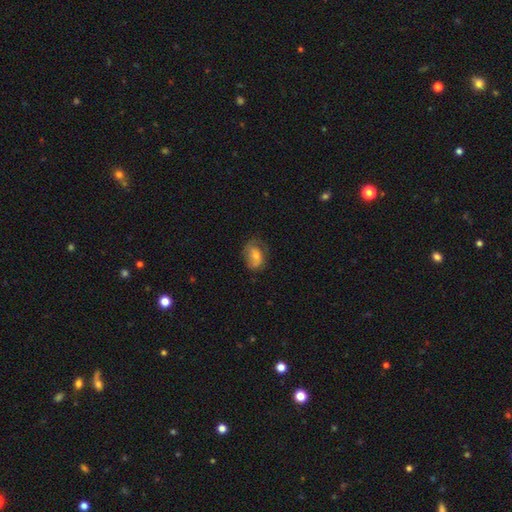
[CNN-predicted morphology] smooth-or-featured: smooth: 49% | featured or disk: 41% | star or artifact: 10%
  merging: none: 61% | minor disturbance: 25% | major disturbance: 13% | merger: 1%